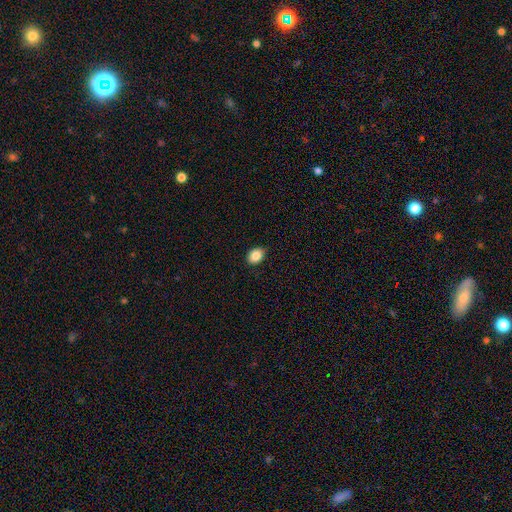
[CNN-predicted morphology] The model was most divided on "how rounded": in between: 75%, round: 24%, cigar-shaped: 1%. More confident: merging — none (88%); smooth or featured — smooth (87%).